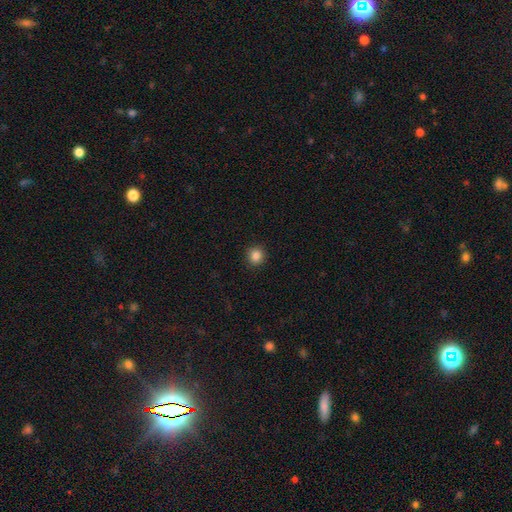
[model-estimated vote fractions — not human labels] smooth_or_featured: smooth (p=0.86) [alt: star or artifact p=0.11]
how_rounded: round (p=0.92) [alt: in between p=0.07]
merging: none (p=0.92) [alt: minor disturbance p=0.05]